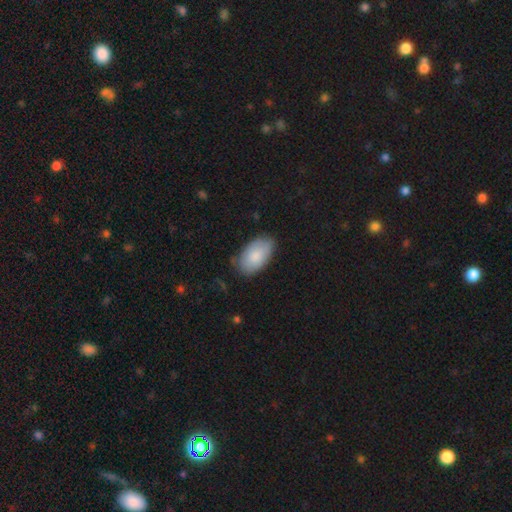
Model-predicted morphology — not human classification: This appears to be a smooth galaxy with no disk features (82%) that is in between round and cigar-shaped (95%). Merging: none (75%).